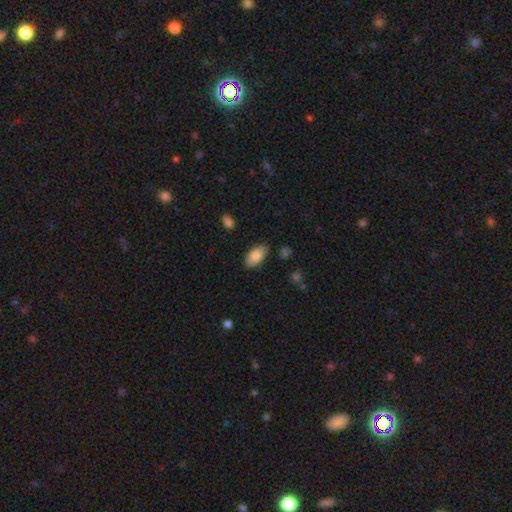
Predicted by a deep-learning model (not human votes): A smooth galaxy with no disk features (82%) that is in between round and cigar-shaped (94%).

Vote fractions:
- Smooth or featured? smooth: 82% / featured or disk: 11% / star or artifact: 7%
- How rounded? in between: 94% / round: 4% / cigar-shaped: 2%
- Merging? none: 83% / minor disturbance: 13% / major disturbance: 2% / merger: 2%